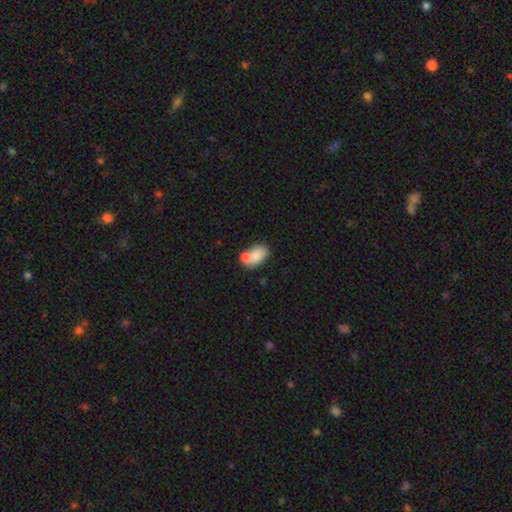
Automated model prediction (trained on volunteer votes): Overall: smooth (77%). How rounded: in between (86%). Merging: merger (44%; none 37%).